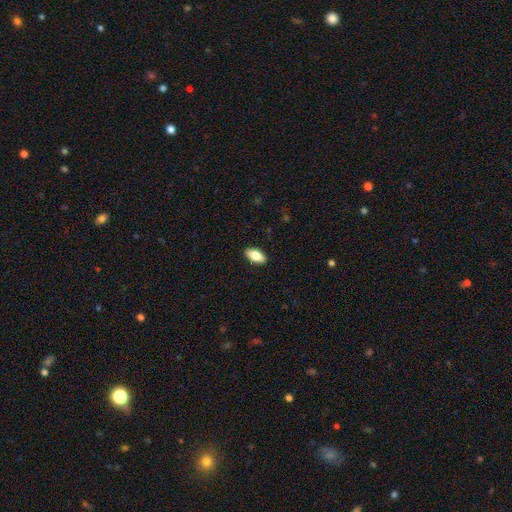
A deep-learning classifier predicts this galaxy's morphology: smooth 81%, featured or disk 13%, star or artifact 6%. Down the decision tree: how rounded — in between (90%); merging — none (90%).